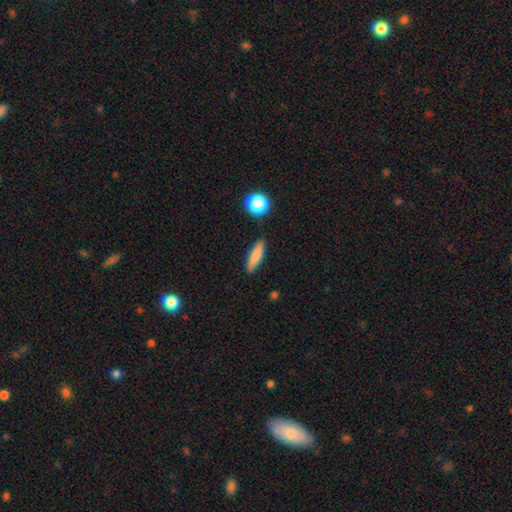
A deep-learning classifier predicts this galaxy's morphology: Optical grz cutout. It shows a smooth galaxy with no disk features (76%) that is cigar-shaped (70%). Merging: none (85%).